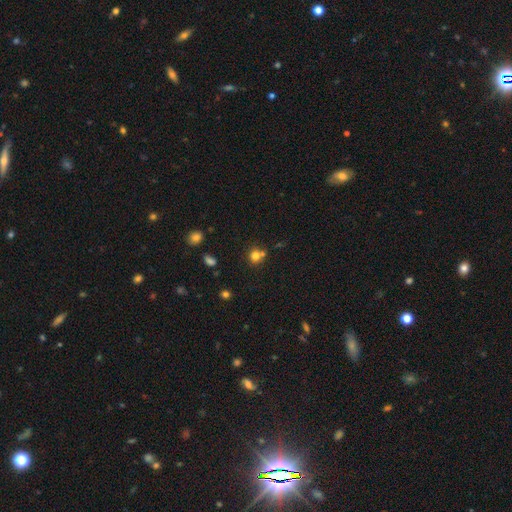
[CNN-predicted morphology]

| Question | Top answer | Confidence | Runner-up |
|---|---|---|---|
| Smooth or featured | smooth | 76% | star or artifact (15%) |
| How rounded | round | 86% | in between (13%) |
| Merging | none | 56% | merger (31%) |